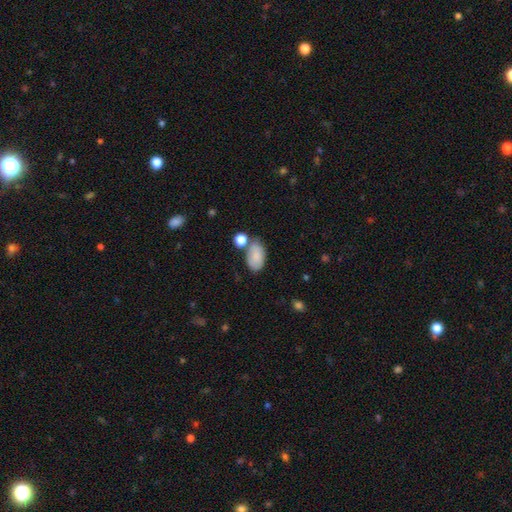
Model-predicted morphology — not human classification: Smooth or featured? Predicted: smooth (p=0.81). How rounded? Predicted: in between (p=0.93). Merging? Predicted: none (p=0.54).